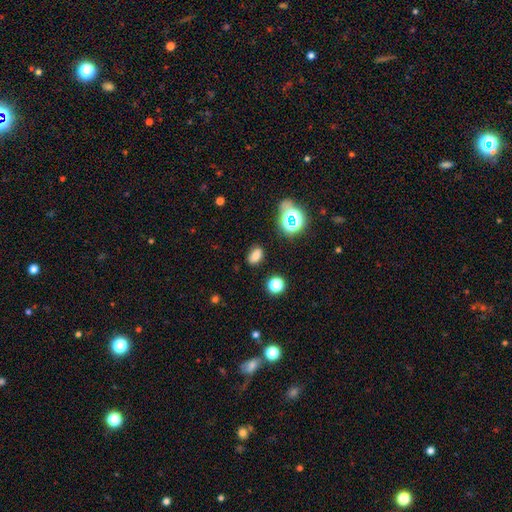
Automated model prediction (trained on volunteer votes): Smooth or featured?
  - smooth: 75% *
  - star or artifact: 18%
  - featured or disk: 7%
How rounded?
  - in between: 80% *
  - round: 18%
  - cigar-shaped: 2%
Merging?
  - none: 84% *
  - minor disturbance: 11%
  - major disturbance: 3%
  - merger: 2%